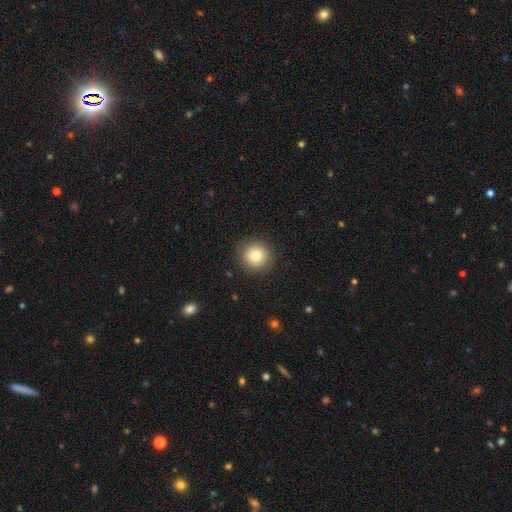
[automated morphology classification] Smooth or featured? smooth (78%)
How rounded? round (94%)
Merging? none (88%)